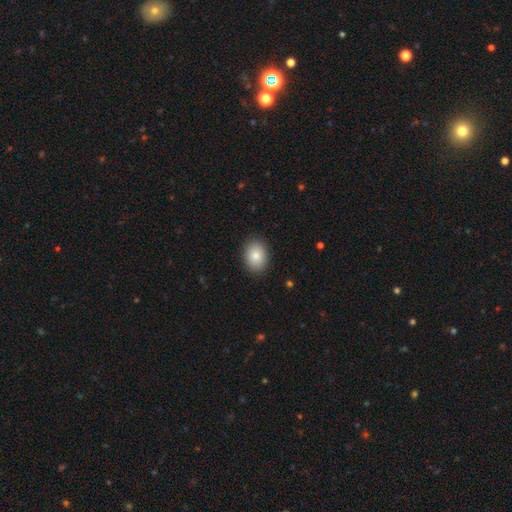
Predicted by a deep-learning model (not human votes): smooth-or-featured: smooth: 84% | featured or disk: 8% | star or artifact: 8%
  how-rounded: in between: 65% | round: 34% | cigar-shaped: 1%
  merging: none: 89% | minor disturbance: 8% | major disturbance: 2% | merger: 1%